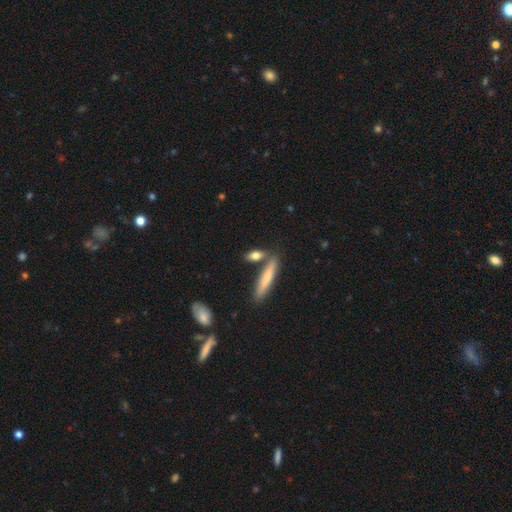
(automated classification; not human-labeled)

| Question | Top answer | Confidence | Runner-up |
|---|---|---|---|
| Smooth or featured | smooth | 74% | featured or disk (19%) |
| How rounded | cigar-shaped | 49% | in between (45%) |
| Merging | none | 66% | merger (19%) |